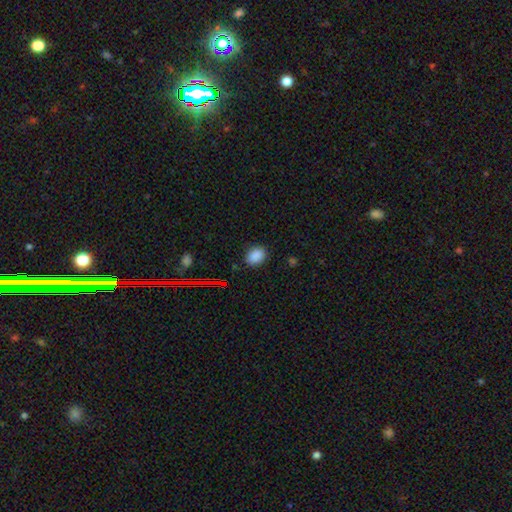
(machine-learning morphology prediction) Overall: smooth (85%). How rounded: in between (61%; round 38%). Merging: none (85%).